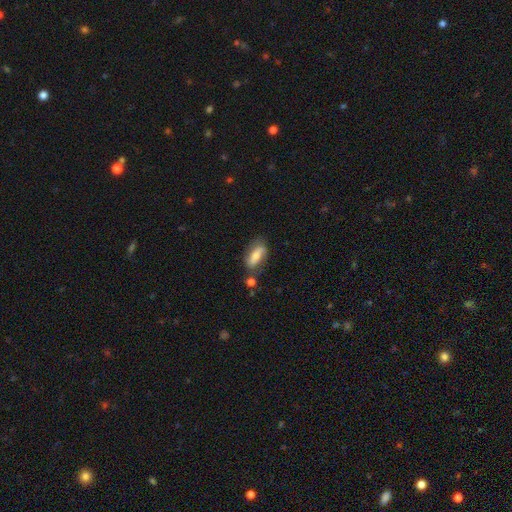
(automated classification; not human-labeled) smooth-or-featured: smooth: 61% | featured or disk: 32% | star or artifact: 7%
  how-rounded: in between: 80% | cigar-shaped: 17% | round: 4%
  merging: none: 65% | minor disturbance: 20% | merger: 8% | major disturbance: 7%